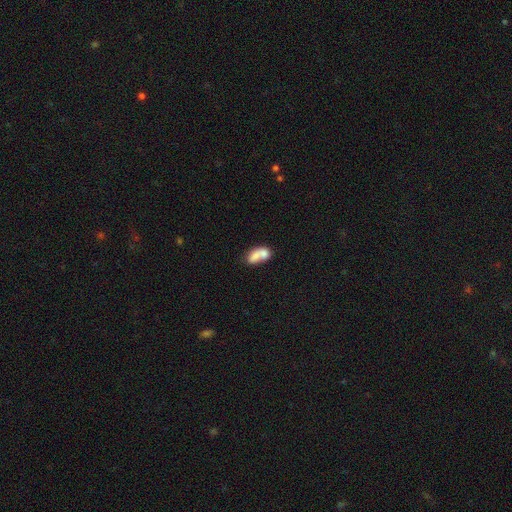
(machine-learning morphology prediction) Q: Smooth or featured?
A: smooth (69%); runner-up: featured or disk (23%)
Q: How rounded?
A: in between (80%); runner-up: round (13%)
Q: Merging?
A: merger (59%); runner-up: none (23%)